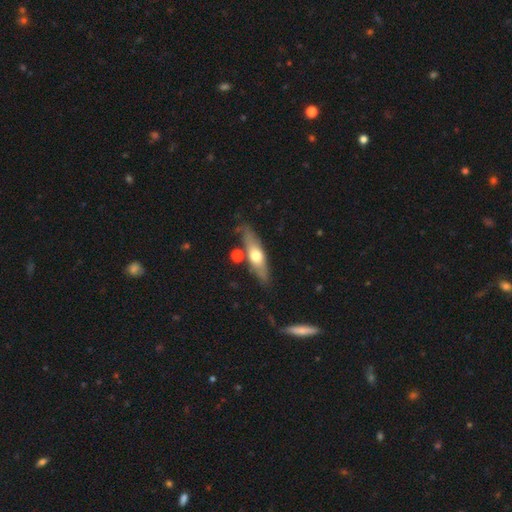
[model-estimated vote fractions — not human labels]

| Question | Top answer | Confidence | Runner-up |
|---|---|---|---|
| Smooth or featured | smooth | 48% | featured or disk (47%) |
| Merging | none | 77% | minor disturbance (13%) |